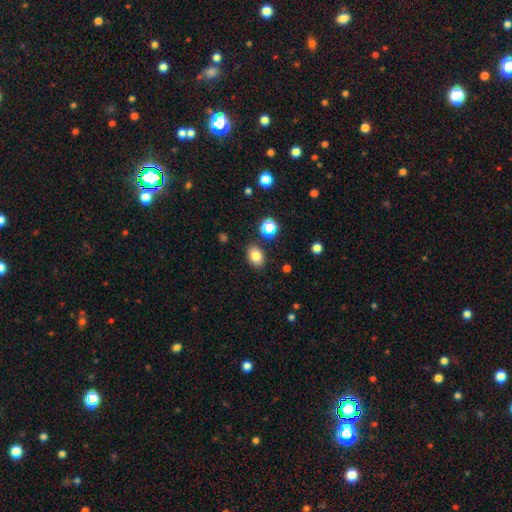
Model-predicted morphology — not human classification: smooth-or-featured: smooth: 81% | star or artifact: 12% | featured or disk: 7%
  how-rounded: in between: 75% | round: 24% | cigar-shaped: 1%
  merging: none: 85% | minor disturbance: 9% | merger: 3% | major disturbance: 3%